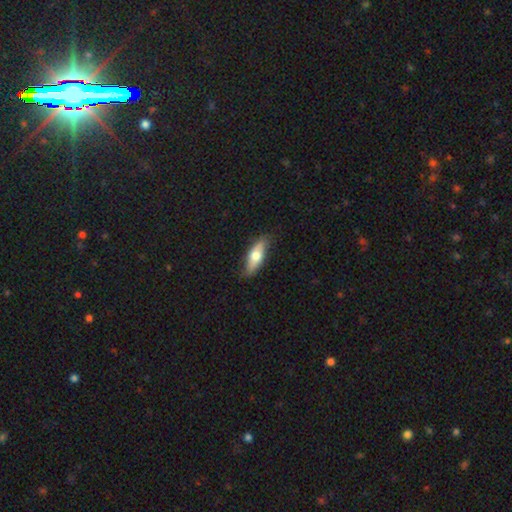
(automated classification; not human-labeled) This is likely a smooth galaxy (63%). How rounded: likely in between (60%). Merging: likely none (79%).